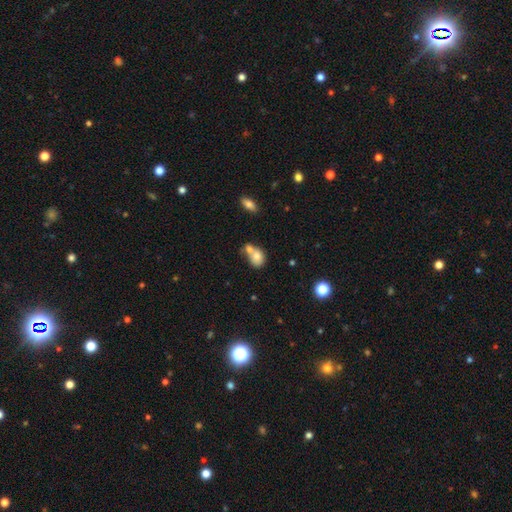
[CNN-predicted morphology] Smooth or featured? smooth (73%)
How rounded? in between (54%)
Merging? merger (55%)